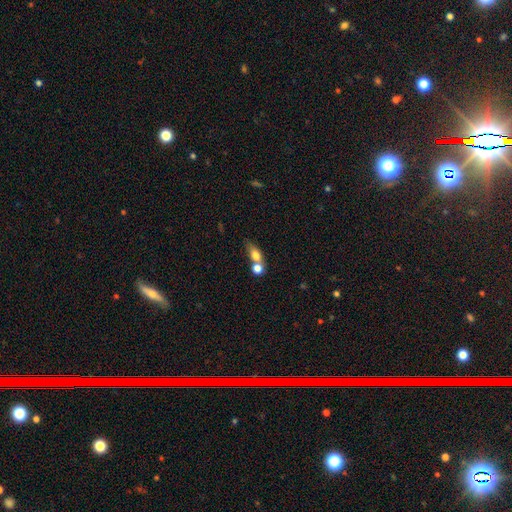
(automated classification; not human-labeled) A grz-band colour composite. It shows a smooth galaxy with no disk features (72%) that is in between round and cigar-shaped (55%). Merging: merger (51%).